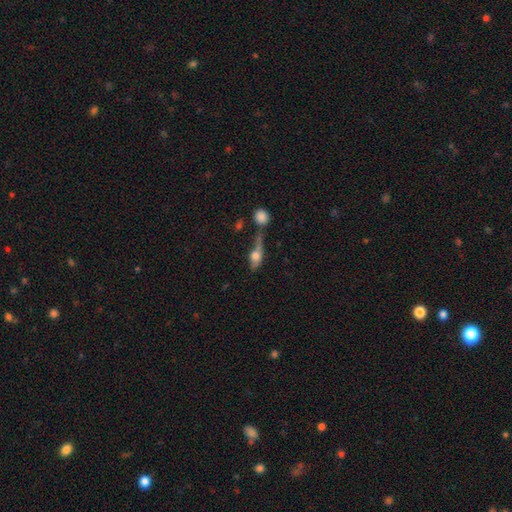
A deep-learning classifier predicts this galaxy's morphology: Smooth or featured? smooth (50%)
How rounded? in between (57%)
Merging? none (41%)